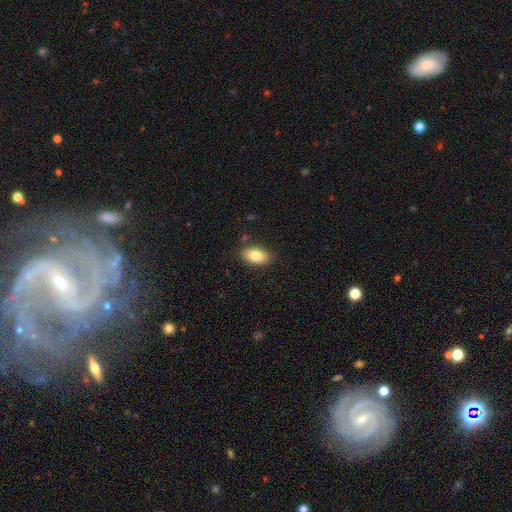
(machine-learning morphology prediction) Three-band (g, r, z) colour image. It shows a smooth galaxy with no disk features (82%) that is in between round and cigar-shaped (90%). Merging: none (85%).